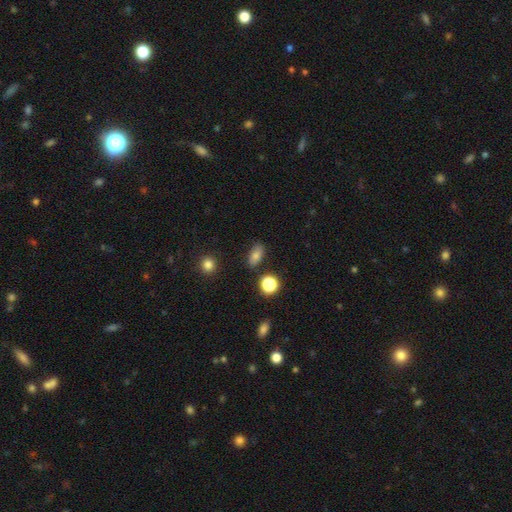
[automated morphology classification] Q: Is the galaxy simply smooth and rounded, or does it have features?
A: smooth — 76%.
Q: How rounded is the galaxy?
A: in between — 82%.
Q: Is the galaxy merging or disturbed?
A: none — 83%.